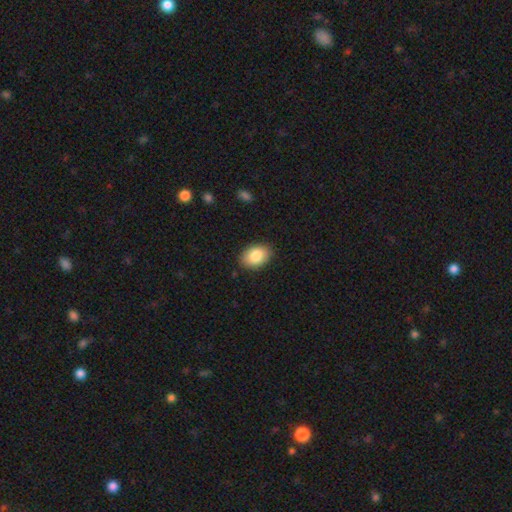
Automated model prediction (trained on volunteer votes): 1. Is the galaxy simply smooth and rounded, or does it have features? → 85% smooth, 8% featured or disk, 7% star or artifact.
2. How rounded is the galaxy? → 83% in between, 16% round, 1% cigar-shaped.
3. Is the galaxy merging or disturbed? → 87% none, 10% minor disturbance, 2% major disturbance, 1% merger.